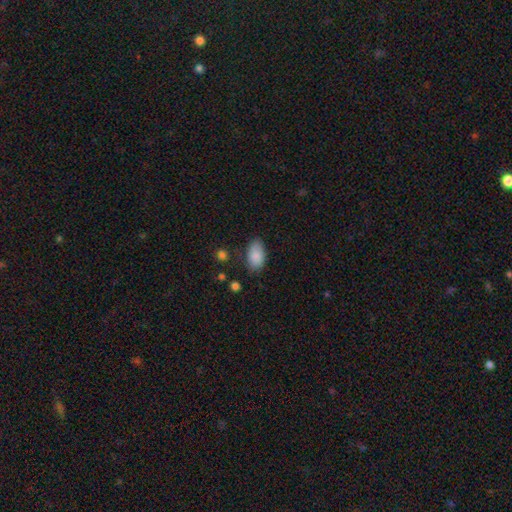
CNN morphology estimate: smooth-or-featured: smooth: 87% | star or artifact: 7% | featured or disk: 6%
  how-rounded: in between: 93% | round: 5% | cigar-shaped: 2%
  merging: none: 74% | minor disturbance: 20% | major disturbance: 5% | merger: 2%